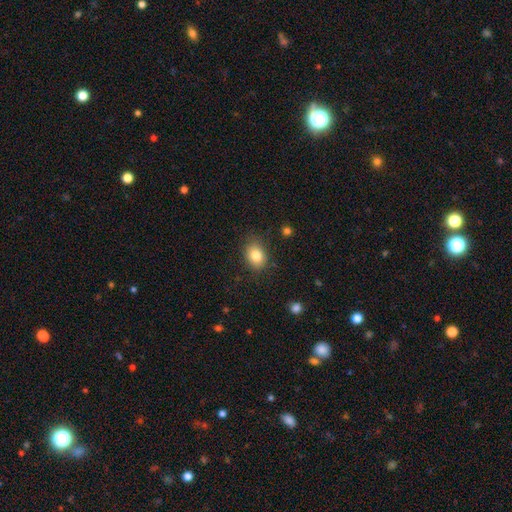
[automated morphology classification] Smooth or featured: smooth — 82% (star or artifact — 9%)
How rounded: in between — 60% (round — 39%)
Merging: none — 83% (minor disturbance — 13%)